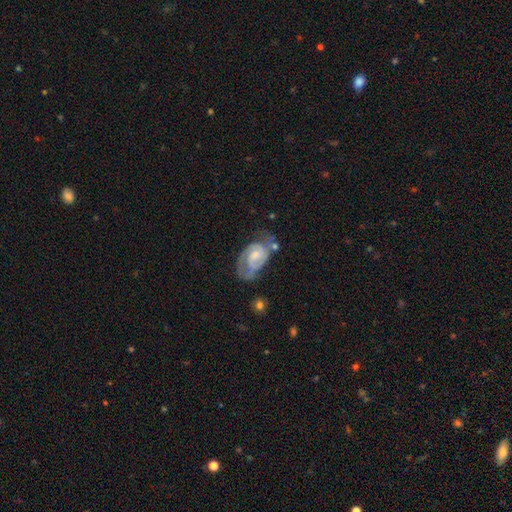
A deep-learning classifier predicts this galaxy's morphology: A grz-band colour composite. It shows a featured or disk galaxy (75%) with no bar (46%), 2 (66%) medium (44%) spiral arms (90%) and a small central bulge (37%, tied with moderate). Merging: none (44%).